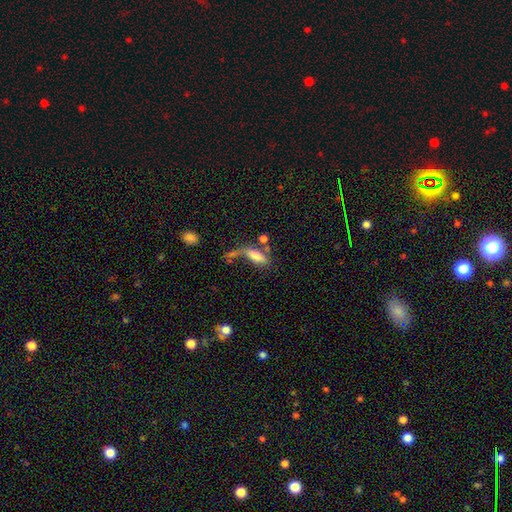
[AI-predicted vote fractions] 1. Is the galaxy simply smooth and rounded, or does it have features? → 71% smooth, 19% featured or disk, 9% star or artifact.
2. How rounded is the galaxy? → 69% in between, 27% cigar-shaped, 4% round.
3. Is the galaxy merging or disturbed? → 30% none, 28% major disturbance, 26% merger, 17% minor disturbance.